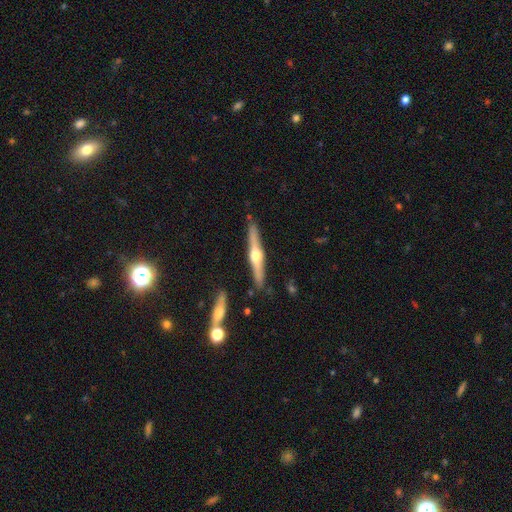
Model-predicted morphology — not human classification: A featured or disk galaxy (71%) viewed edge-on (97%) with a rounded central bulge (94%).

Vote fractions:
- Smooth or featured? featured or disk: 71% / smooth: 24% / star or artifact: 5%
- Edge-on disk? yes: 97% / no: 3%
- Edge-on bulge? rounded: 94% / boxy: 3% / none: 3%
- Merging? none: 87% / minor disturbance: 9% / merger: 3% / major disturbance: 2%